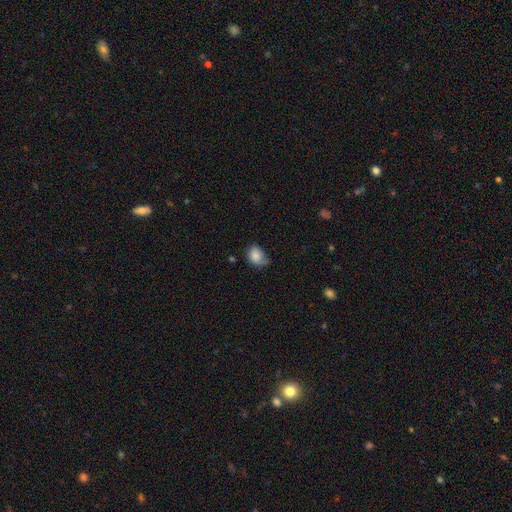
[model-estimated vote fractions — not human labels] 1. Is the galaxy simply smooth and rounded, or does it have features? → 84% smooth, 8% star or artifact, 8% featured or disk.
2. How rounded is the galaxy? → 59% in between, 41% round, 1% cigar-shaped.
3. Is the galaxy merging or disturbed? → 52% none, 37% minor disturbance, 9% major disturbance, 3% merger.